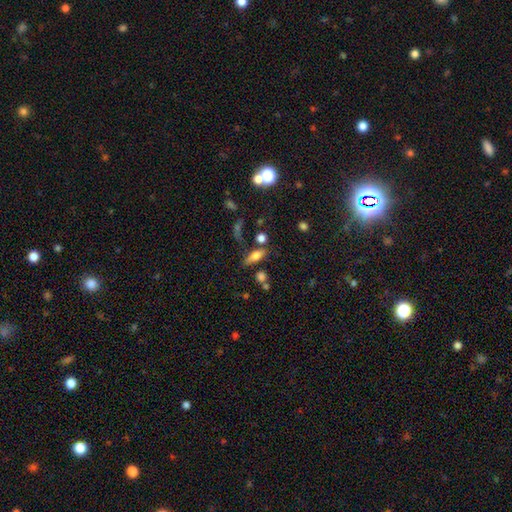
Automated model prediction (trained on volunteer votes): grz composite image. It shows a smooth galaxy with no disk features (71%) that is in between round and cigar-shaped (72%). Merging: none (62%).